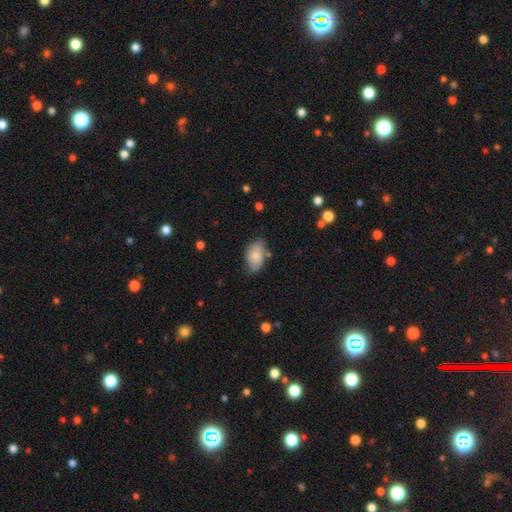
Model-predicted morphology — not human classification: A smooth galaxy with no disk features (76%) that is in between round and cigar-shaped (92%).

Vote fractions:
- Smooth or featured? smooth: 76% / featured or disk: 18% / star or artifact: 7%
- How rounded? in between: 92% / round: 6% / cigar-shaped: 2%
- Merging? none: 62% / minor disturbance: 29% / major disturbance: 5% / merger: 3%